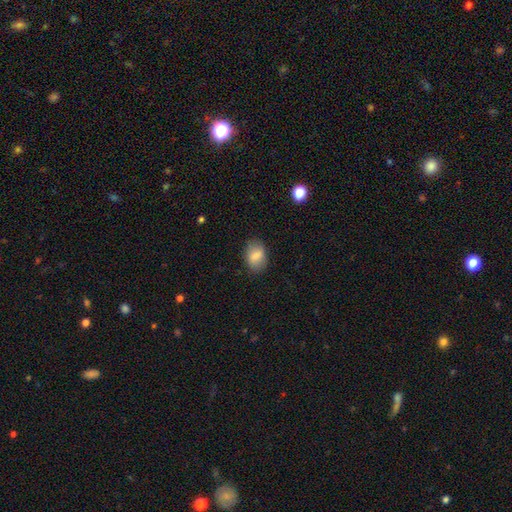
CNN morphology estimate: A smooth galaxy with no disk features (78%) that is in between round and cigar-shaped (79%).

Vote fractions:
- Smooth or featured? smooth: 78% / featured or disk: 14% / star or artifact: 8%
- How rounded? in between: 79% / round: 20% / cigar-shaped: 1%
- Merging? none: 82% / minor disturbance: 14% / major disturbance: 4% / merger: 1%